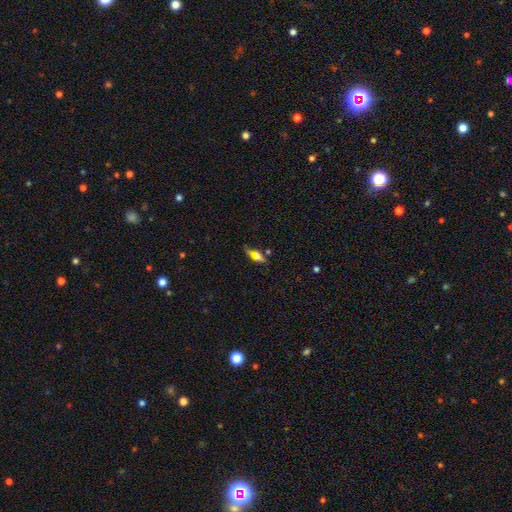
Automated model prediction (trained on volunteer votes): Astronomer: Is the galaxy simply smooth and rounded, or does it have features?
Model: smooth — 50% (runner-up: featured or disk, 39%).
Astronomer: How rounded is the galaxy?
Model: in between — 60%.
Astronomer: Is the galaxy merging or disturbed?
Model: none — 49% (runner-up: minor disturbance, 24%).